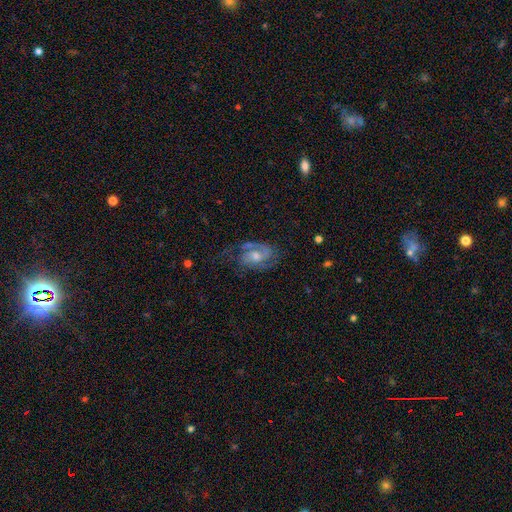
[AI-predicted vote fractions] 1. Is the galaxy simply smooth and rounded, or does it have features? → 81% featured or disk, 11% smooth, 8% star or artifact.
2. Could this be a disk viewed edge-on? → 97% no, 3% yes.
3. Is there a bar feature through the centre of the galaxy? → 57% no, 36% weak, 7% strong.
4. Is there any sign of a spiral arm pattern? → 94% yes, 6% no.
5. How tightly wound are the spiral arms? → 48% medium, 36% tight, 16% loose.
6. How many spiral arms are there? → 73% 2, 11% can't tell, 7% 1, 6% 3, 2% 4, 2% more than 4.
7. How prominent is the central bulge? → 59% moderate, 31% small, 6% large, 3% none, 1% dominant.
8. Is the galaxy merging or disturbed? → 62% none, 21% minor disturbance, 15% major disturbance, 2% merger.